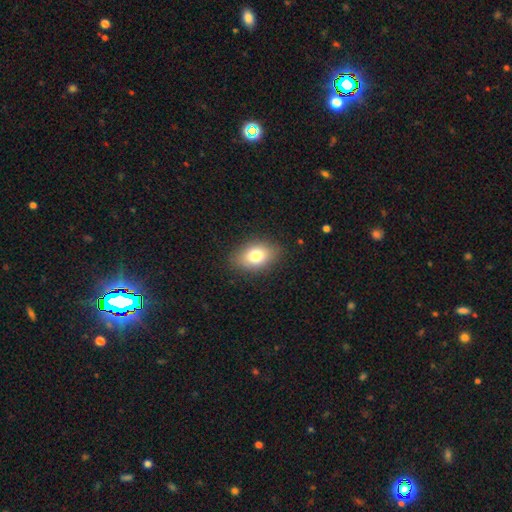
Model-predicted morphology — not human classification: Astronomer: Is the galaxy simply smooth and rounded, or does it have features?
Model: smooth — 78%.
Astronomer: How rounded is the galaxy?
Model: in between — 83%.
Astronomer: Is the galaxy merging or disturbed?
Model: none — 85%.